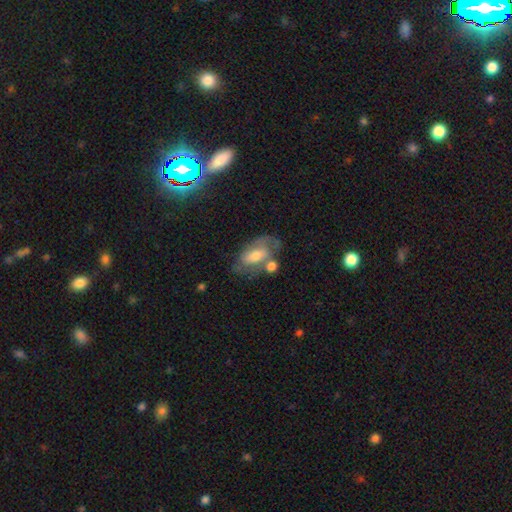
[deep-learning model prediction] featured or disk 50%, smooth 41%, star or artifact 9%. Down the decision tree: edge-on disk — no (90%); merging — none (42%).